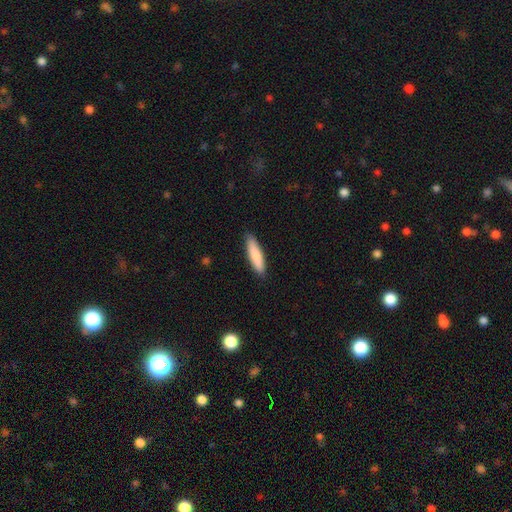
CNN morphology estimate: smooth-or-featured: smooth: 84% | featured or disk: 11% | star or artifact: 5%
  how-rounded: cigar-shaped: 77% | in between: 22% | round: 1%
  merging: none: 89% | minor disturbance: 9% | major disturbance: 2% | merger: 1%